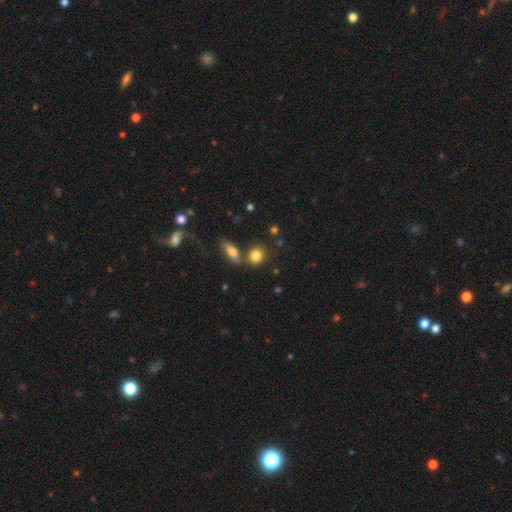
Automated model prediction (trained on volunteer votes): Morphology: type=smooth (82%); roundness=round (70%); merging=none (66%).